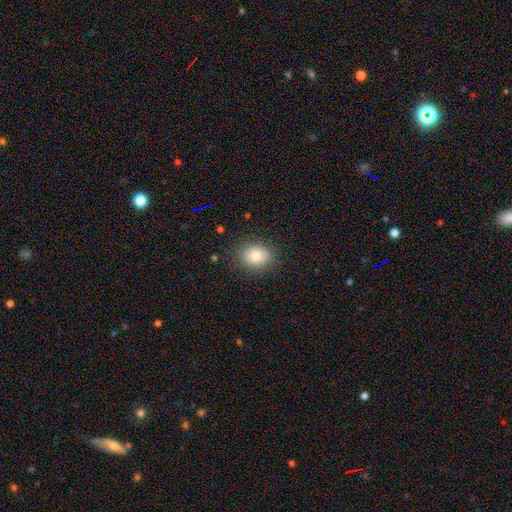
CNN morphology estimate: type=smooth (81%); roundness=in between (50%); merging=none (87%).